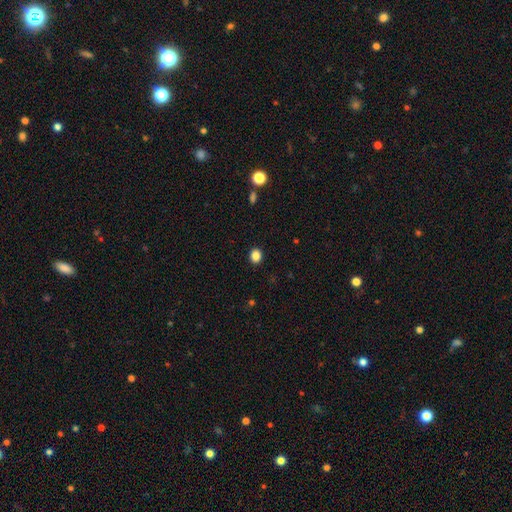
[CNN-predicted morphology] The model was most divided on "how rounded": round: 63%, in between: 36%, cigar-shaped: 1%. More confident: merging — none (91%); smooth or featured — smooth (86%).